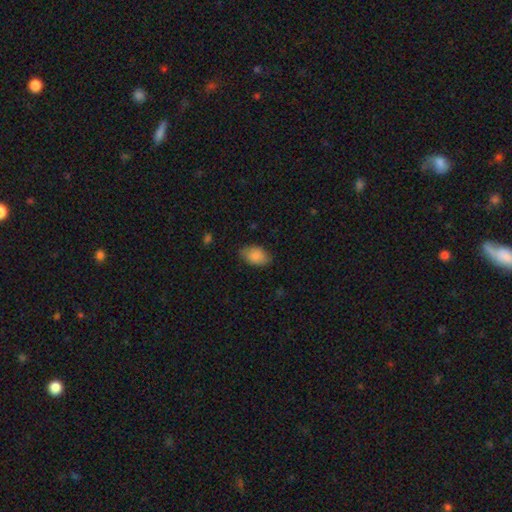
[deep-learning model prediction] Smooth or featured? Predicted: smooth (p=0.86). How rounded? Predicted: in between (p=0.90). Merging? Predicted: none (p=0.81).